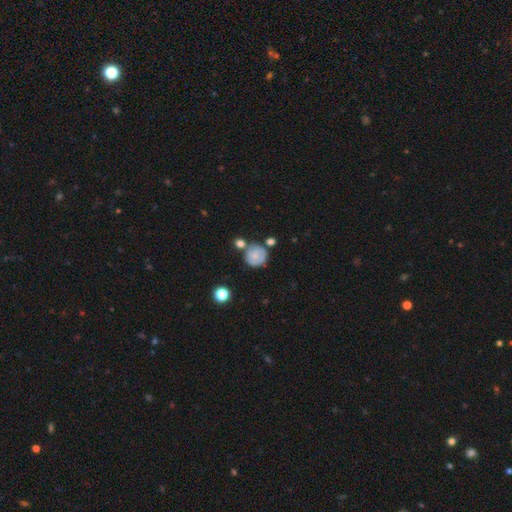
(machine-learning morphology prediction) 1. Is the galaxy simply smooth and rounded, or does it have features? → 56% smooth, 35% featured or disk, 9% star or artifact.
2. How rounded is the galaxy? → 87% round, 12% in between, 1% cigar-shaped.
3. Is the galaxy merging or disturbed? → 63% none, 18% minor disturbance, 14% merger, 6% major disturbance.